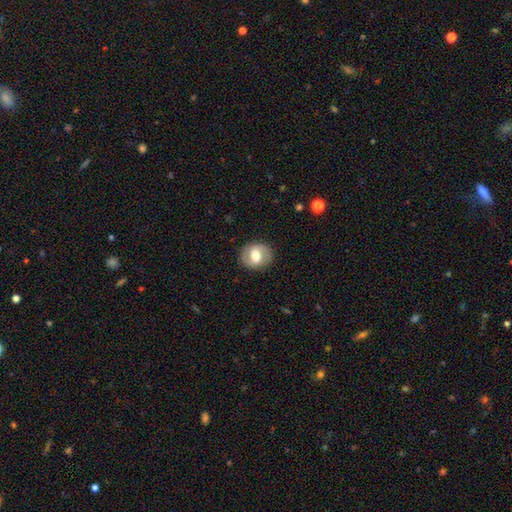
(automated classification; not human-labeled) smooth_or_featured: featured or disk (p=0.51) [alt: smooth p=0.42]
disk_edge_on: no (p=0.96) [alt: yes p=0.04]
merging: none (p=0.85) [alt: minor disturbance p=0.10]